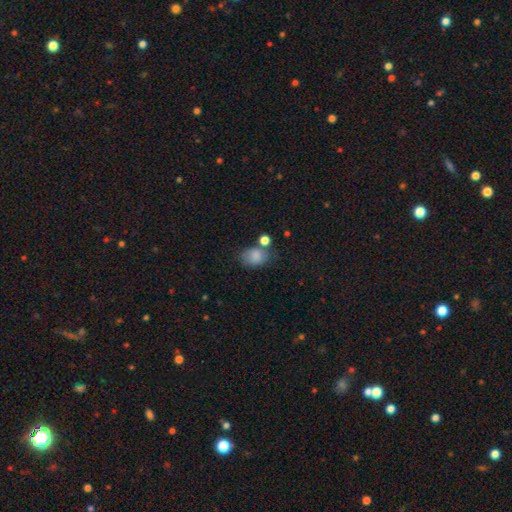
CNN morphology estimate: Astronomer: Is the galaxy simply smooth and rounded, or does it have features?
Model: smooth — 82%.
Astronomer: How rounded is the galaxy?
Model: in between — 65%.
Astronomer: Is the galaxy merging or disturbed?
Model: none — 54%.